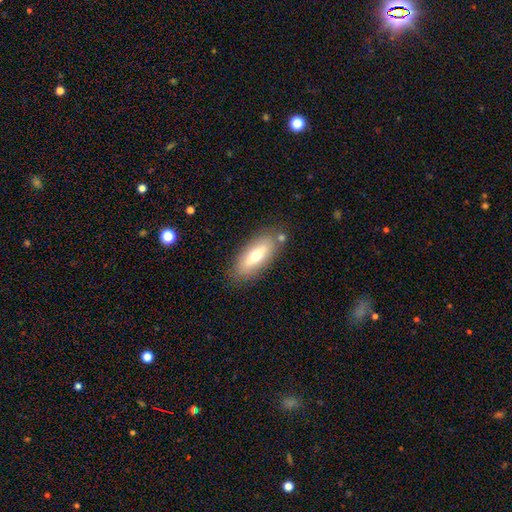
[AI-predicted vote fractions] This appears to be a smooth galaxy with no disk features (63%) that is in between round and cigar-shaped (71%). Merging: none (79%).